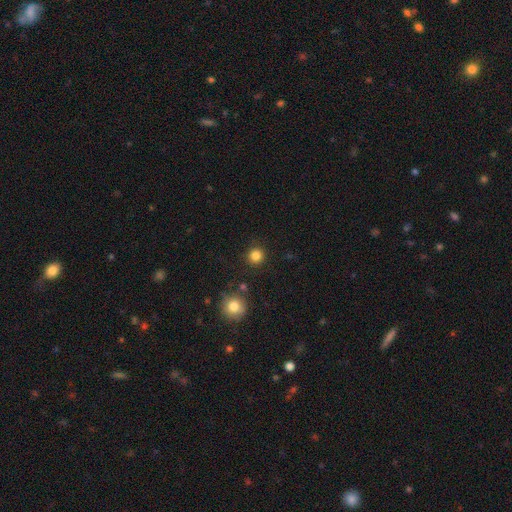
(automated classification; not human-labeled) Smooth or featured?
  - smooth: 84% *
  - star or artifact: 12%
  - featured or disk: 4%
How rounded?
  - round: 94% *
  - in between: 5%
  - cigar-shaped: 1%
Merging?
  - none: 89% *
  - minor disturbance: 6%
  - merger: 2%
  - major disturbance: 2%